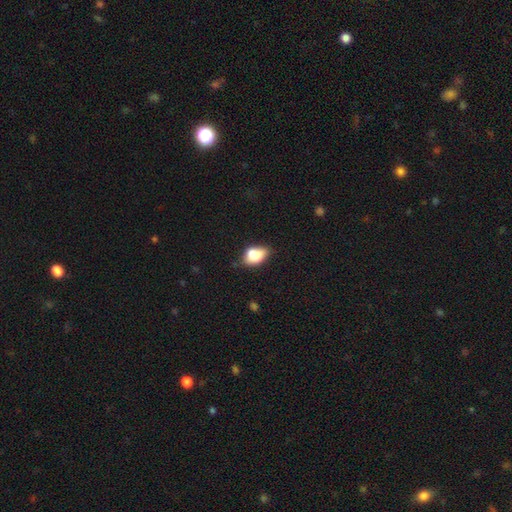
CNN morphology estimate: smooth_or_featured: smooth (p=0.75) [alt: featured or disk p=0.15]
how_rounded: in between (p=0.81) [alt: round p=0.16]
merging: none (p=0.47) [alt: minor disturbance p=0.30]